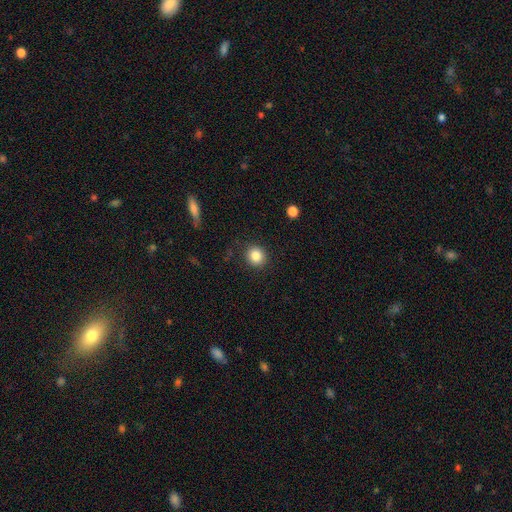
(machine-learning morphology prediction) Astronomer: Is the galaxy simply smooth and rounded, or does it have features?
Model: smooth — 85%.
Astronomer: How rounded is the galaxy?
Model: round — 87%.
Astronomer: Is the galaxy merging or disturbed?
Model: none — 89%.